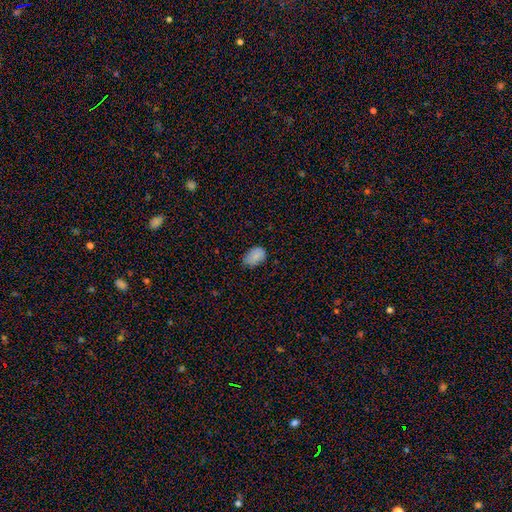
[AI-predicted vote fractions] Smooth or featured?
  - smooth: 85% *
  - star or artifact: 8%
  - featured or disk: 7%
How rounded?
  - in between: 89% *
  - round: 10%
  - cigar-shaped: 1%
Merging?
  - none: 67% *
  - minor disturbance: 28%
  - major disturbance: 4%
  - merger: 1%